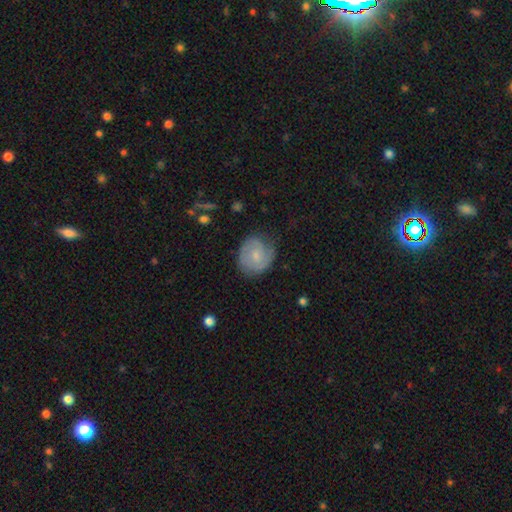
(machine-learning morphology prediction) type=featured or disk (50%); merging=none (69%).